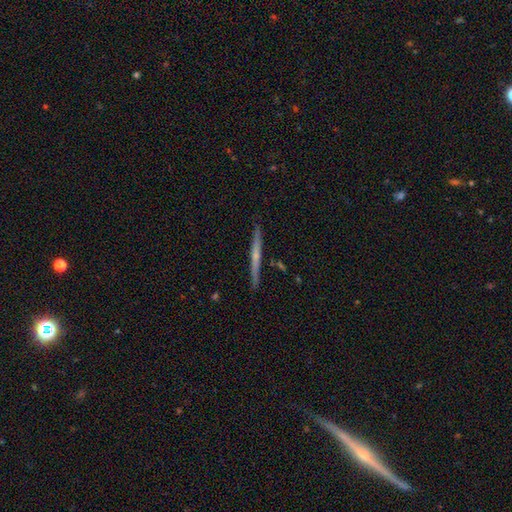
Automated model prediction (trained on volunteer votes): A featured or disk galaxy (64%) viewed edge-on (98%) with a rounded central bulge (50%).

Vote fractions:
- Smooth or featured? featured or disk: 64% / smooth: 30% / star or artifact: 6%
- Edge-on disk? yes: 98% / no: 2%
- Edge-on bulge? rounded: 50% / none: 45% / boxy: 5%
- Merging? none: 90% / minor disturbance: 7% / merger: 2% / major disturbance: 1%